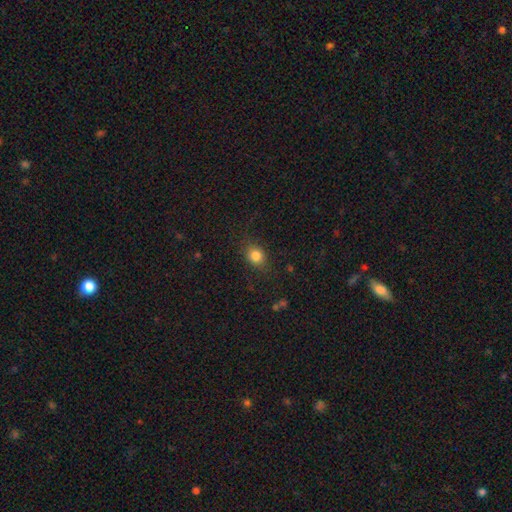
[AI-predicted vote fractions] Overall: smooth (82%). How rounded: round (53%; in between 45%). Merging: none (81%).